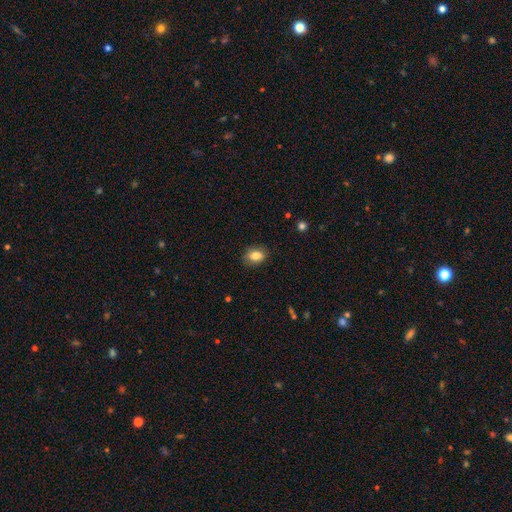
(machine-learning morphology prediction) type=smooth (83%); roundness=in between (70%); merging=none (84%).